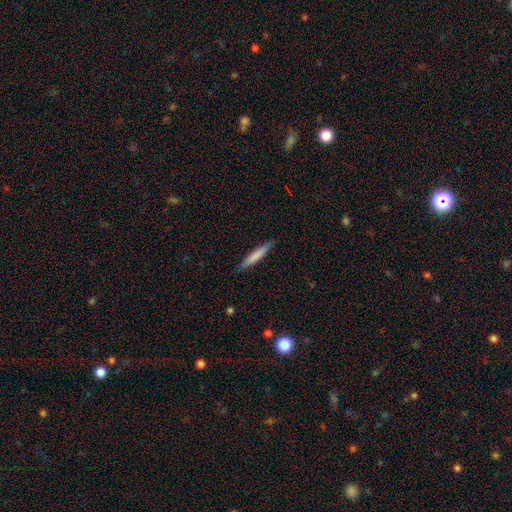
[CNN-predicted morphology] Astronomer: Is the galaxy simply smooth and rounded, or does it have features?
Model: smooth — 76%.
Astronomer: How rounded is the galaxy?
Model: cigar-shaped — 92%.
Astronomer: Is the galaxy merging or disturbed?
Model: none — 88%.